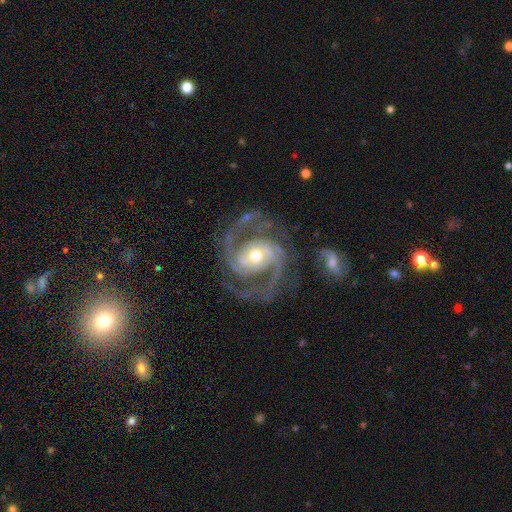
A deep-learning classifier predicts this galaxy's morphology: Smooth or featured? featured or disk (93%)
Edge-on disk? no (98%)
Bar? no (44%)
Spiral arms? yes (99%)
Spiral winding? medium (54%)
Spiral arm count? 2 (60%)
Bulge size? moderate (70%)
Merging? none (73%)